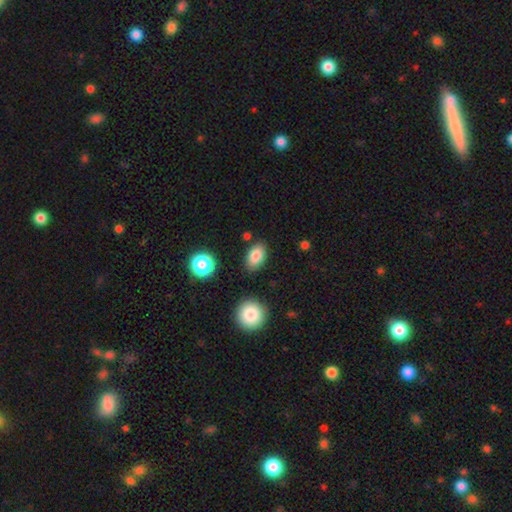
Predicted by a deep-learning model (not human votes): Smooth or featured? Predicted: smooth (p=0.83). How rounded? Predicted: in between (p=0.88). Merging? Predicted: none (p=0.84).